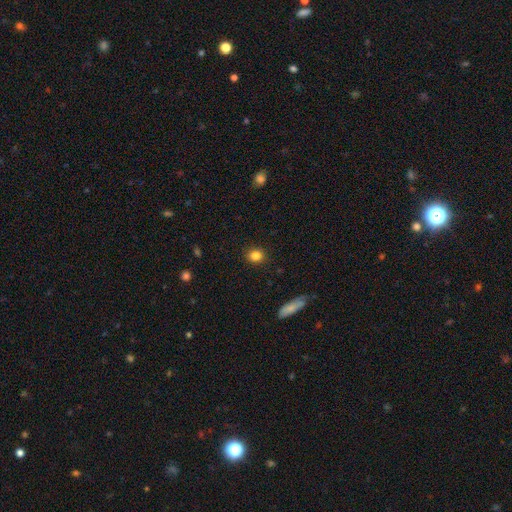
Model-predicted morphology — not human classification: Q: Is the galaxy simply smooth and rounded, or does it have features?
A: smooth — 84%.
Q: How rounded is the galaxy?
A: round — 78%.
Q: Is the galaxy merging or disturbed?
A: none — 89%.